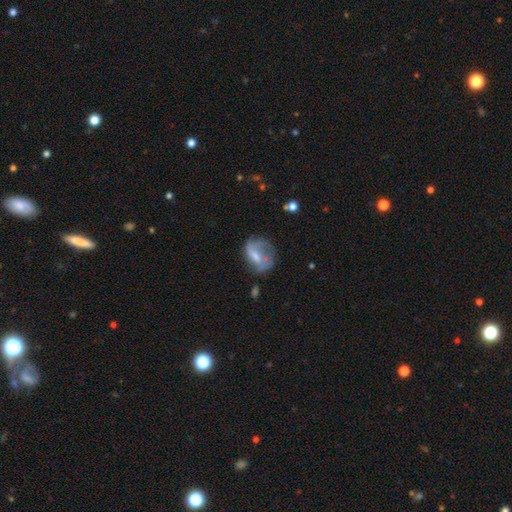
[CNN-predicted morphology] Overall: smooth (48%; featured or disk 43%). Merging: none (37%; major disturbance 31%).